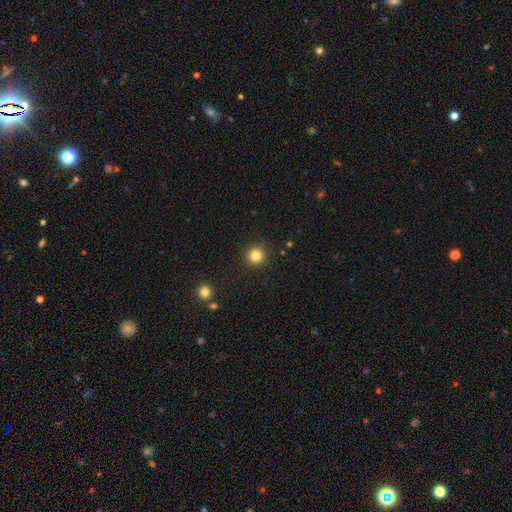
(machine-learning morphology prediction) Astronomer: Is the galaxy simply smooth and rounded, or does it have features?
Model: smooth — 83%.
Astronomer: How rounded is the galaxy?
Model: round — 95%.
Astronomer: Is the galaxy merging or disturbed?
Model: none — 89%.